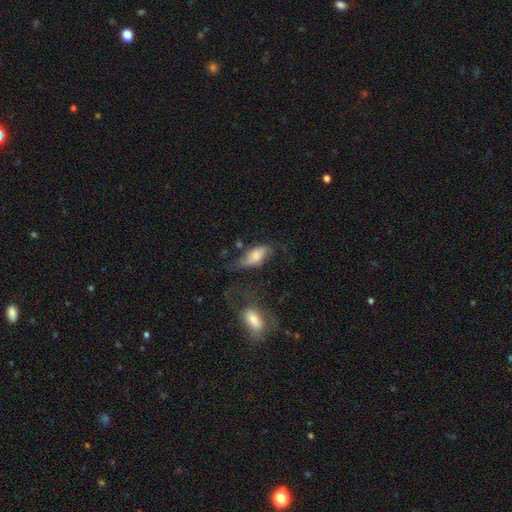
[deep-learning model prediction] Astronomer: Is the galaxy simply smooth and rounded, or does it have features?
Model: smooth — 48% (runner-up: featured or disk, 43%).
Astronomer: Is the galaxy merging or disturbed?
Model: none — 33% (runner-up: major disturbance, 30%).